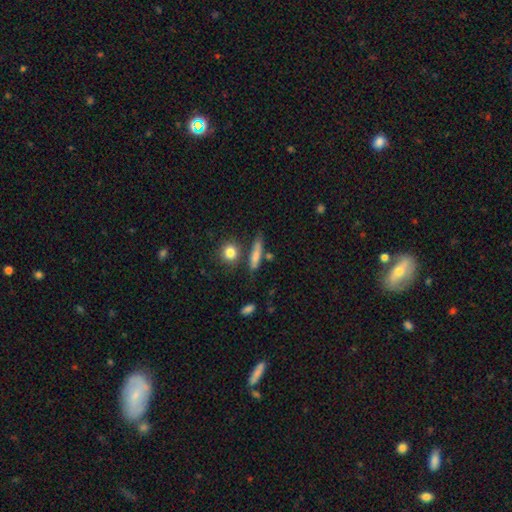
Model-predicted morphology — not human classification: Smooth or featured?
  - smooth: 74% *
  - featured or disk: 18%
  - star or artifact: 9%
How rounded?
  - cigar-shaped: 74% *
  - in between: 17%
  - round: 9%
Merging?
  - none: 68% *
  - minor disturbance: 17%
  - merger: 9%
  - major disturbance: 6%